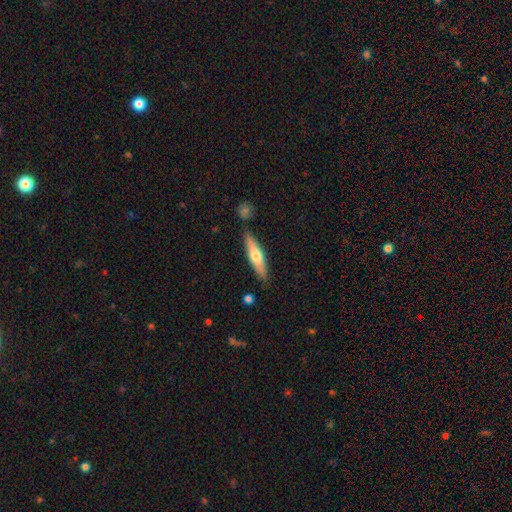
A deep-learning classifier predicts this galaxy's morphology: Smooth or featured: smooth — 54% (featured or disk — 40%)
How rounded: cigar-shaped — 72% (in between — 26%)
Merging: none — 83% (minor disturbance — 11%)